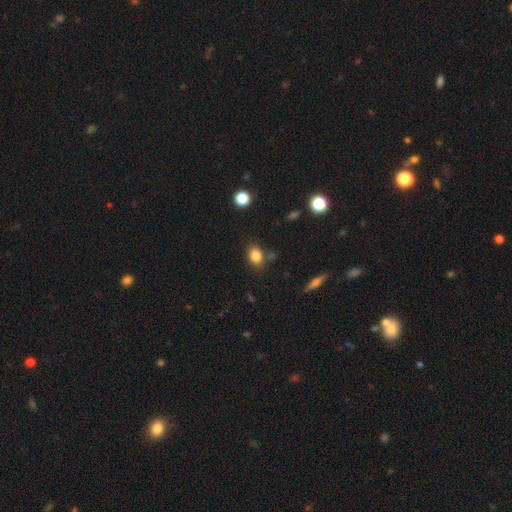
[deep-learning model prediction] smooth_or_featured: smooth (p=0.83) [alt: star or artifact p=0.10]
how_rounded: in between (p=0.70) [alt: round p=0.29]
merging: none (p=0.78) [alt: minor disturbance p=0.13]